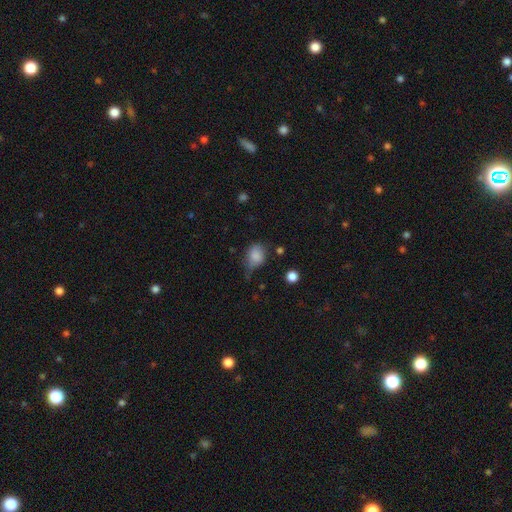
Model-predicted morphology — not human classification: type=smooth (82%); roundness=round (50%); merging=none (46%).